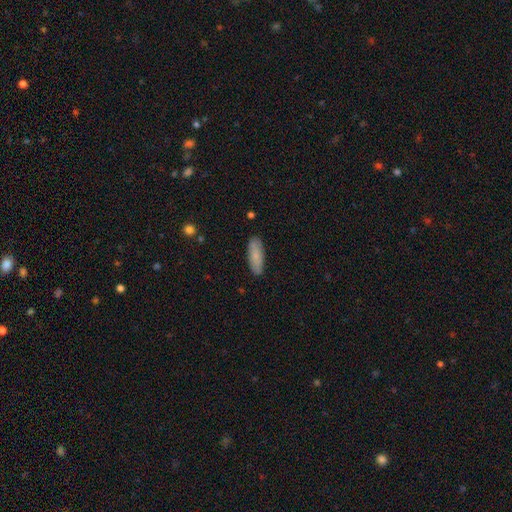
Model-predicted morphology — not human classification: A smooth galaxy with no disk features (78%) that is in between round and cigar-shaped (62%).

Vote fractions:
- Smooth or featured? smooth: 78% / featured or disk: 16% / star or artifact: 6%
- How rounded? in between: 62% / cigar-shaped: 37% / round: 2%
- Merging? none: 86% / minor disturbance: 11% / major disturbance: 2% / merger: 1%